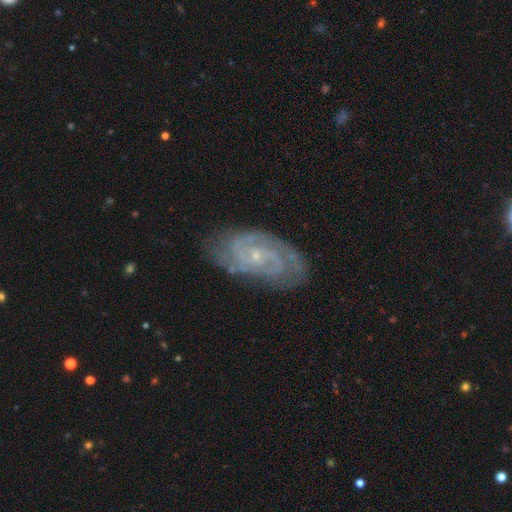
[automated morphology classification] Q: Smooth or featured?
A: featured or disk (88%); runner-up: smooth (6%)
Q: Edge-on disk?
A: no (96%); runner-up: yes (4%)
Q: Bar?
A: no (62%); runner-up: weak (31%)
Q: Spiral arms?
A: yes (97%); runner-up: no (3%)
Q: Spiral winding?
A: tight (61%); runner-up: medium (33%)
Q: Spiral arm count?
A: 2 (53%); runner-up: 3 (16%)
Q: Bulge size?
A: small (79%); runner-up: moderate (16%)
Q: Merging?
A: none (77%); runner-up: minor disturbance (16%)